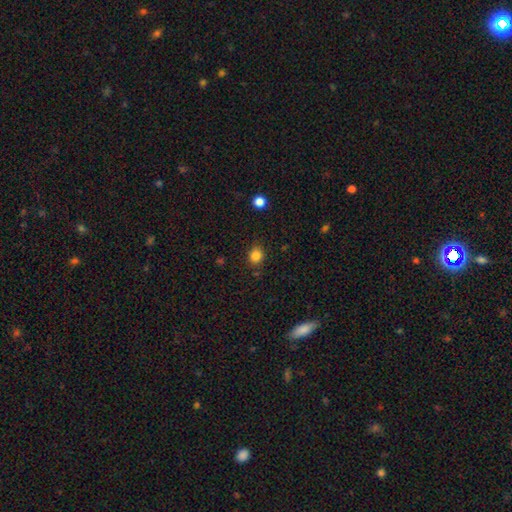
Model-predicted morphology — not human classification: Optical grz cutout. It shows a smooth galaxy with no disk features (83%) that is round (76%). Merging: none (83%).